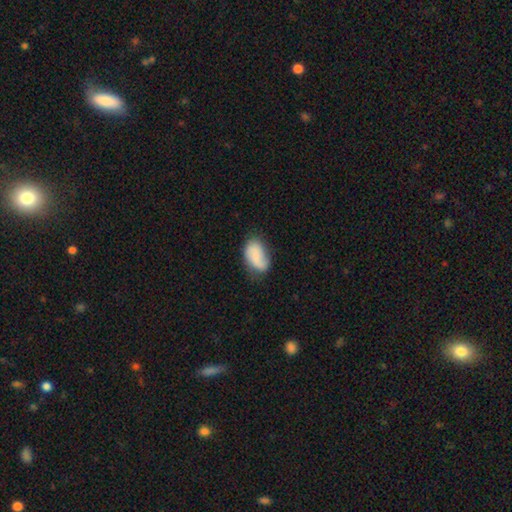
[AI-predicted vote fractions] Morphology: type=smooth (70%); roundness=in between (91%); merging=none (62%).